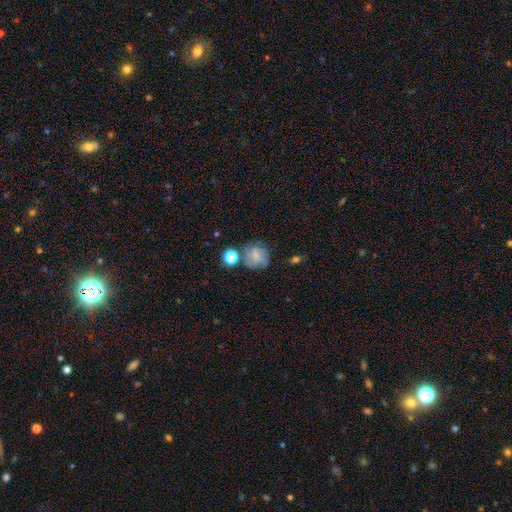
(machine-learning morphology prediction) Smooth or featured: smooth — 57% (featured or disk — 28%)
How rounded: round — 79% (in between — 20%)
Merging: none — 55% (minor disturbance — 21%)